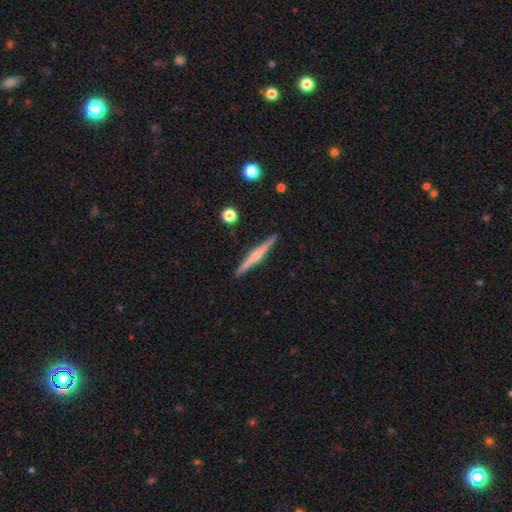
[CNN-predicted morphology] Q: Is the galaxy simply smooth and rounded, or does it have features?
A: featured or disk — 62%.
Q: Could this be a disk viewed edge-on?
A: yes — 98%.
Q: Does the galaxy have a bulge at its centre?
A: rounded — 54%.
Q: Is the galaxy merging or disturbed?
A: none — 91%.